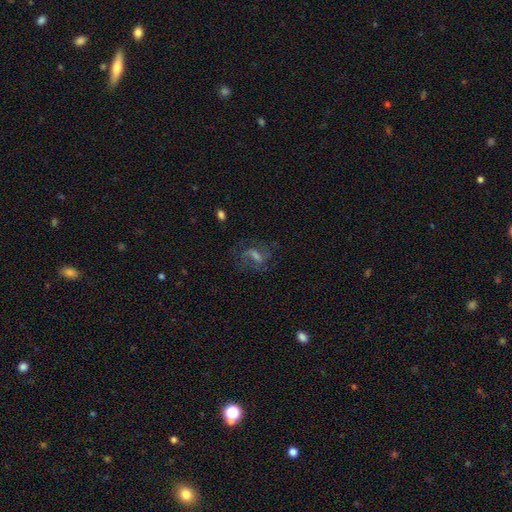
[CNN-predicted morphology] This appears to be a featured or disk galaxy (59%) with a weak bar (48%), spiral arms (81%) and a moderate central bulge (34%). Merging: none (66%).